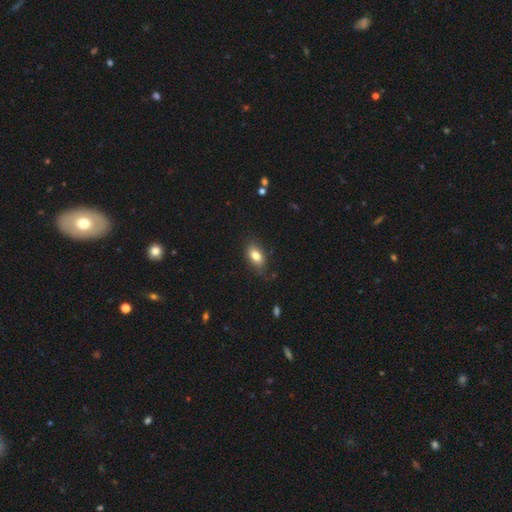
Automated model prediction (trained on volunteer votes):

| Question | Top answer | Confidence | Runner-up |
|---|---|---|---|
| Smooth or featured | smooth | 79% | featured or disk (12%) |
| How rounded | in between | 88% | round (8%) |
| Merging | none | 71% | minor disturbance (22%) |